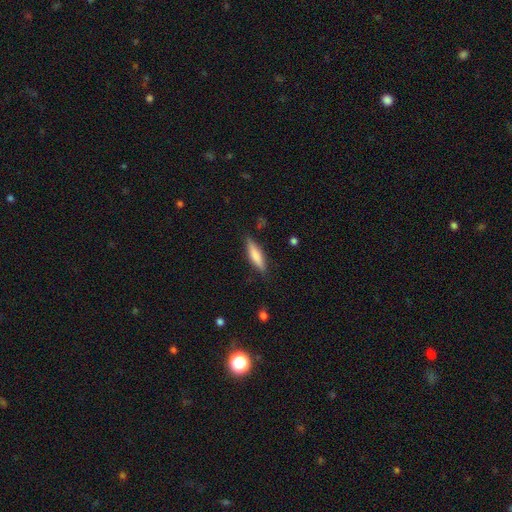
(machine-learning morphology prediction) Q: Smooth or featured?
A: smooth (70%); runner-up: featured or disk (24%)
Q: How rounded?
A: cigar-shaped (70%); runner-up: in between (28%)
Q: Merging?
A: none (84%); runner-up: minor disturbance (12%)